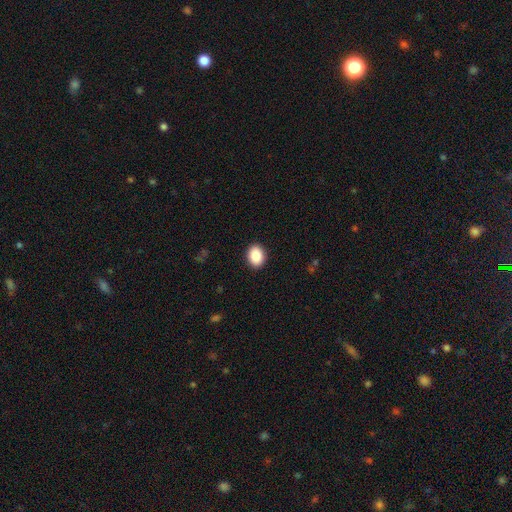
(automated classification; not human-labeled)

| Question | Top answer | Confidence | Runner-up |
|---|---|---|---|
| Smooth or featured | smooth | 88% | star or artifact (8%) |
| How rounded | in between | 67% | round (33%) |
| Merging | none | 91% | minor disturbance (6%) |